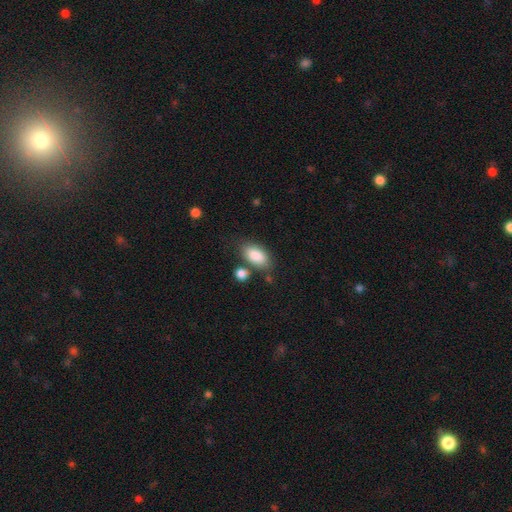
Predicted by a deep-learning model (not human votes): Smooth or featured? smooth (87%)
How rounded? in between (92%)
Merging? none (68%)